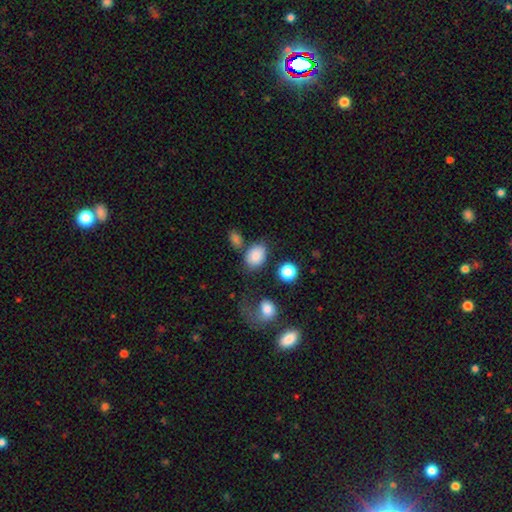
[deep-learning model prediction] Smooth or featured? Predicted: smooth (p=0.81). How rounded? Predicted: in between (p=0.66). Merging? Predicted: none (p=0.60).